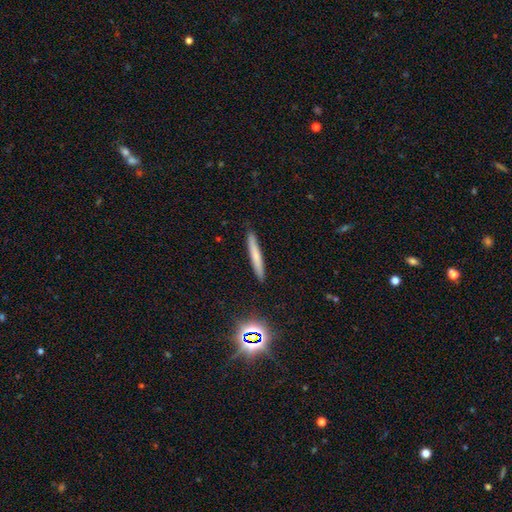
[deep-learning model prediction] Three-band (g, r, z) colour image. It shows a smooth galaxy with no disk features (66%) that is cigar-shaped (95%). Merging: none (88%).